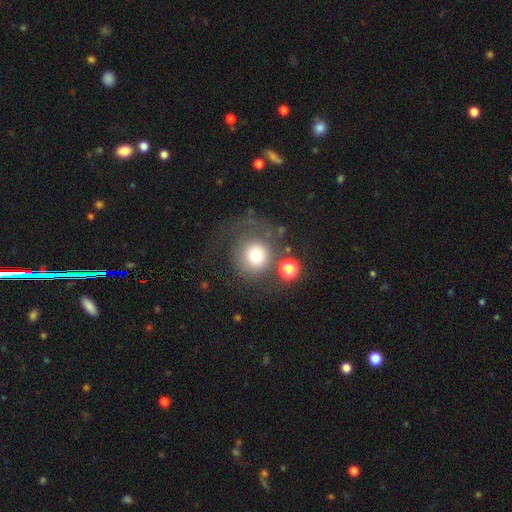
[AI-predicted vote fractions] Smooth or featured?
  - smooth: 70% *
  - featured or disk: 17%
  - star or artifact: 13%
How rounded?
  - round: 92% *
  - in between: 7%
  - cigar-shaped: 1%
Merging?
  - none: 56% *
  - major disturbance: 19%
  - minor disturbance: 16%
  - merger: 10%